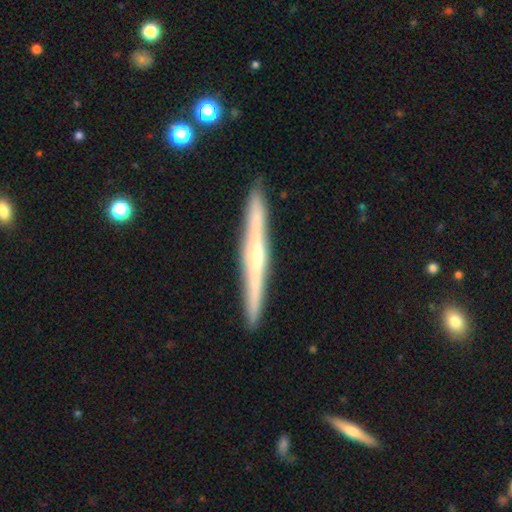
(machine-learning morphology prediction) Smooth or featured? Predicted: featured or disk (p=0.69). Edge-on disk? Predicted: yes (p=0.97). Edge-on bulge? Predicted: rounded (p=0.55). Merging? Predicted: none (p=0.92).